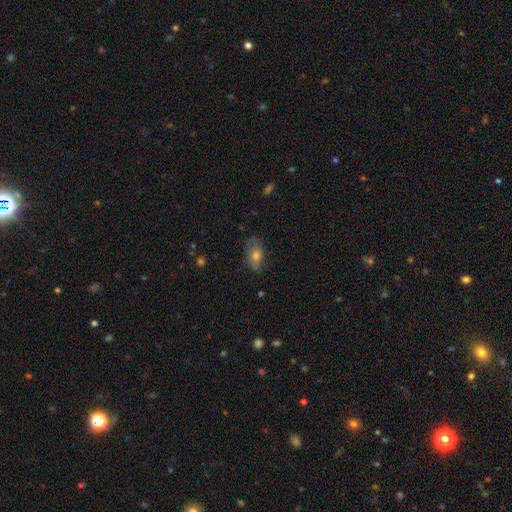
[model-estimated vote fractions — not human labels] Smooth or featured? Predicted: smooth (p=0.60). How rounded? Predicted: in between (p=0.86). Merging? Predicted: none (p=0.69).